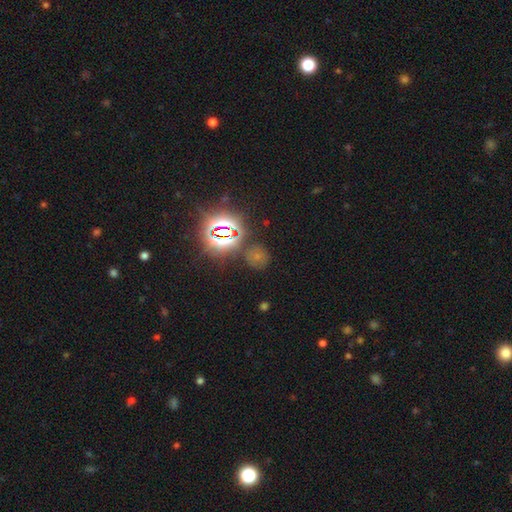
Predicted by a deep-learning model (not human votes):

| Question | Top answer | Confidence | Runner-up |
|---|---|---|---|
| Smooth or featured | star or artifact | 47% | smooth (42%) |